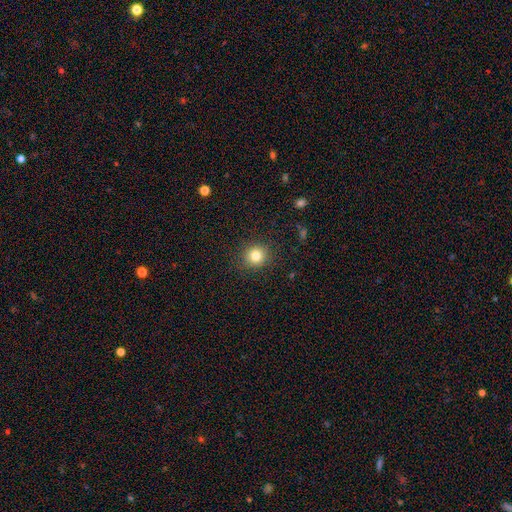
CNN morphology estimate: A smooth galaxy with no disk features (81%) that is round (88%). Merging: none (90%).